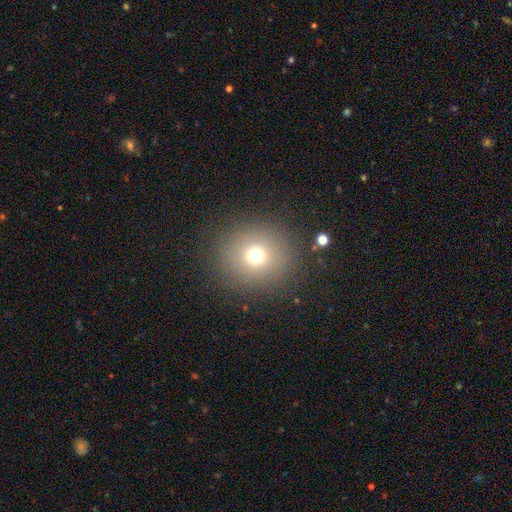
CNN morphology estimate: The model was most divided on "smooth or featured": smooth: 69%, star or artifact: 21%, featured or disk: 10%. More confident: merging — none (90%); how rounded — round (89%).